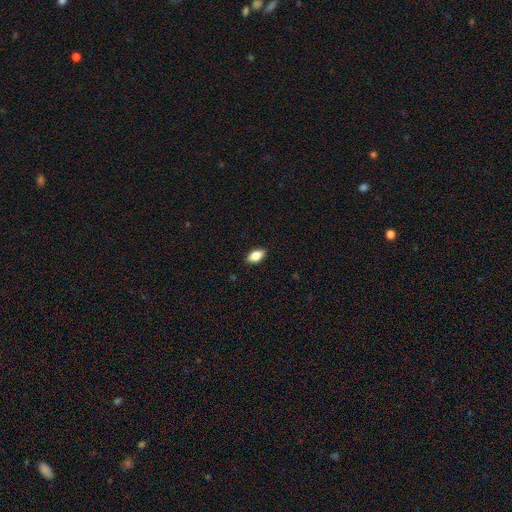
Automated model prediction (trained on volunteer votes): Smooth or featured? smooth (84%)
How rounded? in between (91%)
Merging? none (89%)